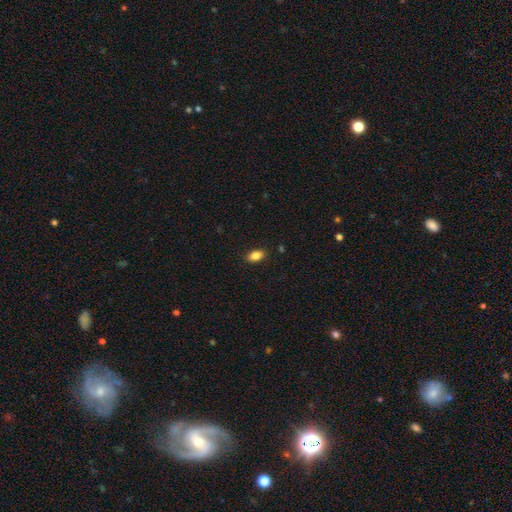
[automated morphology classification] The model was most divided on "smooth or featured": smooth: 85%, star or artifact: 8%, featured or disk: 6%. More confident: how rounded — in between (90%); merging — none (88%).